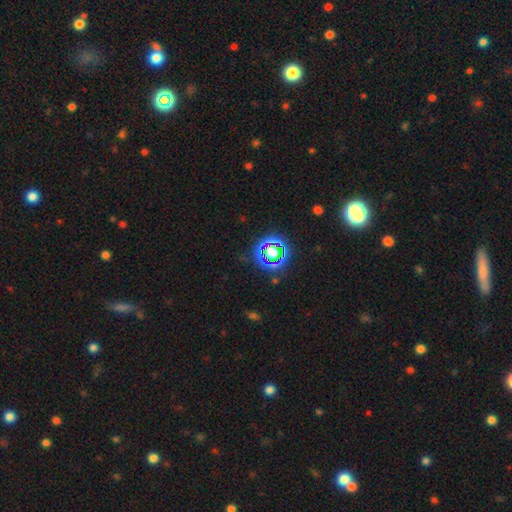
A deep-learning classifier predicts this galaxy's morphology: smooth-or-featured: star or artifact: 75% | smooth: 17% | featured or disk: 8%